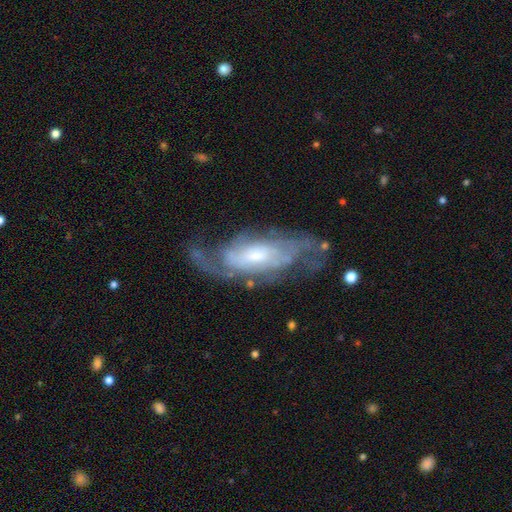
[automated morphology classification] A featured or disk galaxy (82%) with no bar (53%), 2 (39%) tight (43%) spiral arms (90%) and a small central bulge (50%). Merging: none (60%).